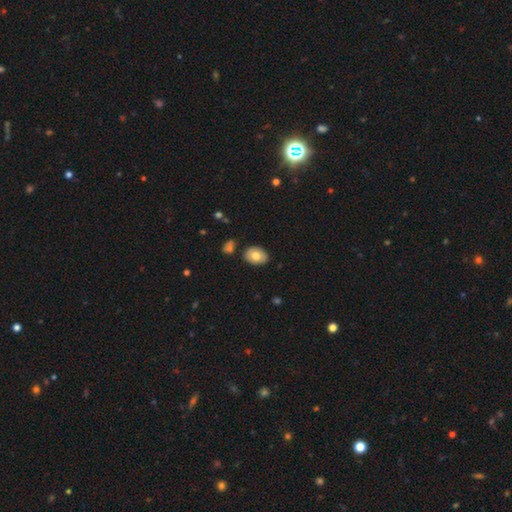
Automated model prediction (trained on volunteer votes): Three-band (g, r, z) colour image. It shows a smooth galaxy with no disk features (75%) that is in between round and cigar-shaped (74%). Merging: none (81%).